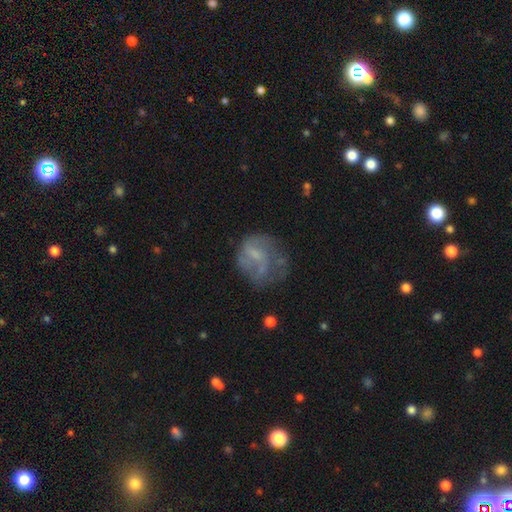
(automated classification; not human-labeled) Morphology: type=featured or disk (52%); edge-on=no (98%); bar=no (53%); spiral arms=yes (51%); bulge=small (47%); merging=none (41%).